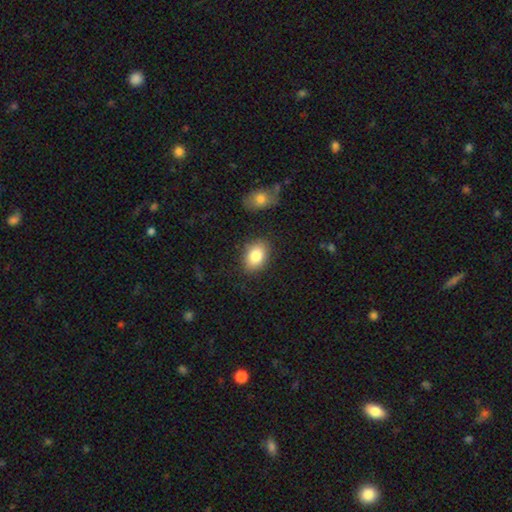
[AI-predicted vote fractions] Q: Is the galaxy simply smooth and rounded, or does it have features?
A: smooth — 83%.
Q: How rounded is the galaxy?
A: in between — 79%.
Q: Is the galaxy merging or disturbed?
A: none — 83%.